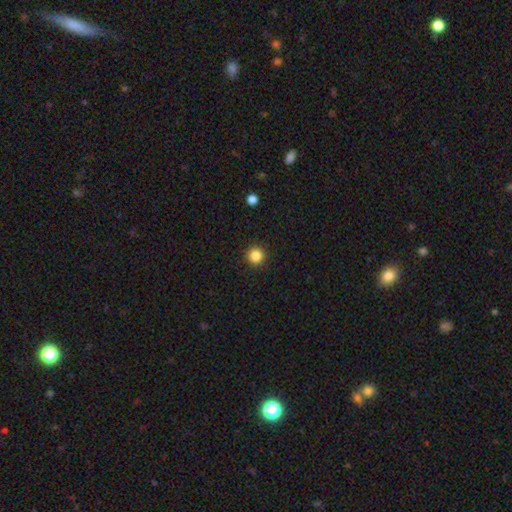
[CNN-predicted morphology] The model was most divided on "smooth or featured": smooth: 85%, star or artifact: 11%, featured or disk: 4%. More confident: how rounded — round (96%); merging — none (93%).